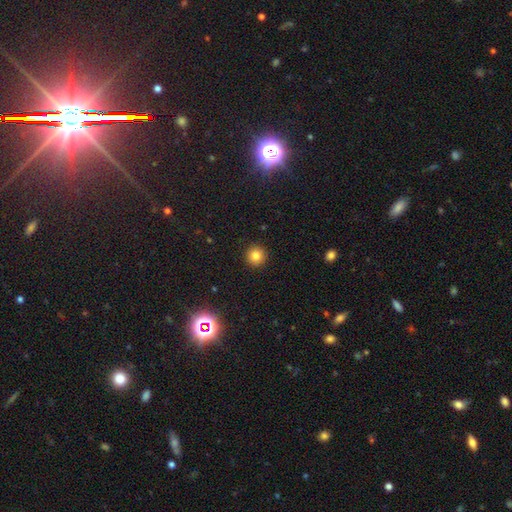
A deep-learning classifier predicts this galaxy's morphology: This appears to be a smooth galaxy with no disk features (81%) that is round (95%). Merging: none (93%).